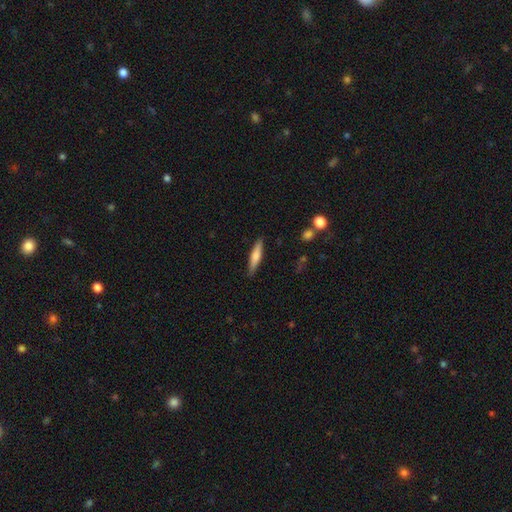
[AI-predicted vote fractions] This is likely a smooth galaxy (64%). How rounded: clearly cigar-shaped (85%). Merging: clearly none (88%).